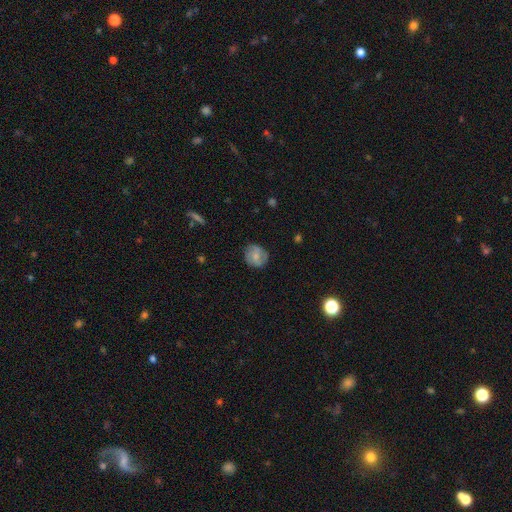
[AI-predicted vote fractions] Smooth or featured?
  - smooth: 69% *
  - featured or disk: 23%
  - star or artifact: 8%
How rounded?
  - round: 81% *
  - in between: 18%
  - cigar-shaped: 1%
Merging?
  - none: 78% *
  - minor disturbance: 16%
  - major disturbance: 4%
  - merger: 1%